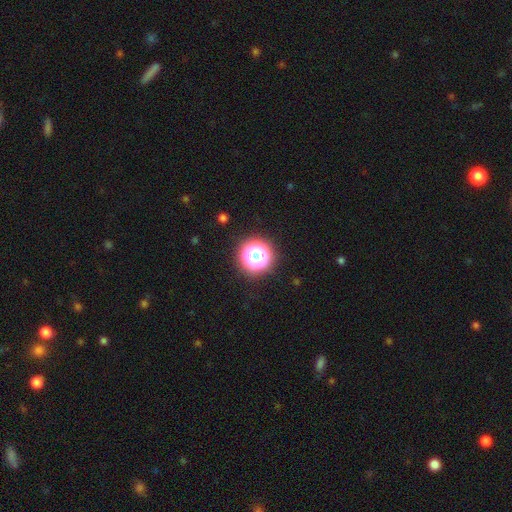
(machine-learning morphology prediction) type=smooth (51%); roundness=round (93%); merging=none (81%).